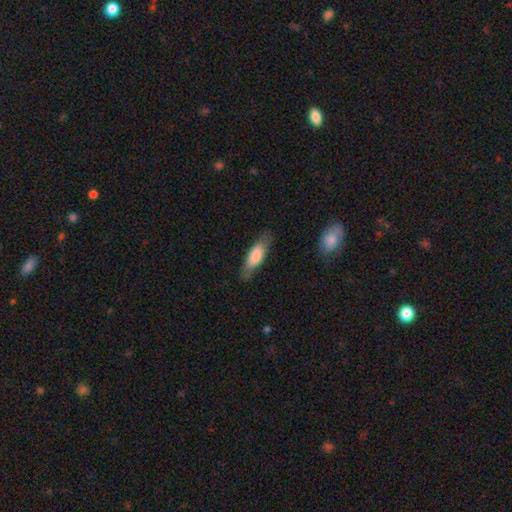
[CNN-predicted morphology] smooth_or_featured: smooth (p=0.77) [alt: featured or disk p=0.18]
how_rounded: in between (p=0.55) [alt: cigar-shaped p=0.44]
merging: none (p=0.77) [alt: minor disturbance p=0.17]